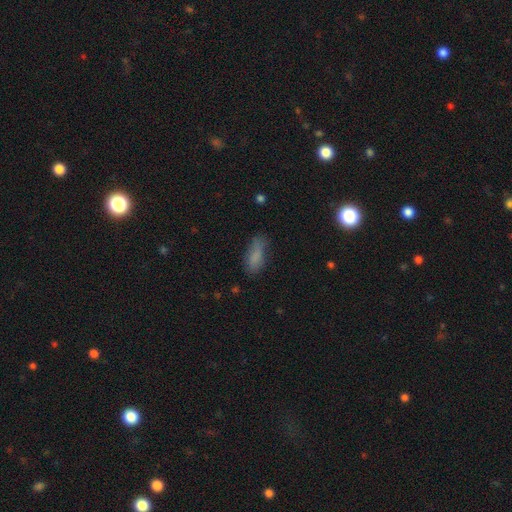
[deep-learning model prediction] Smooth or featured? smooth (81%)
How rounded? in between (69%)
Merging? none (61%)